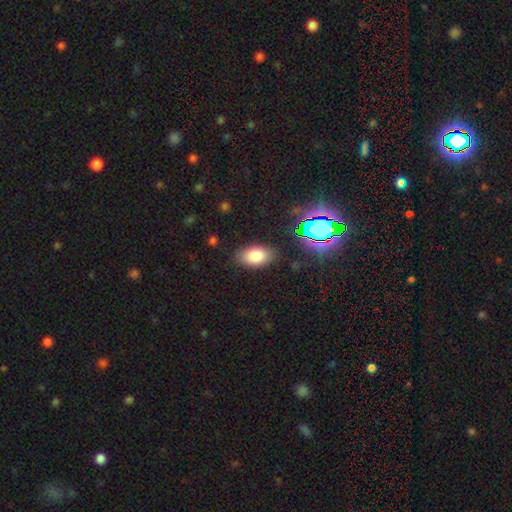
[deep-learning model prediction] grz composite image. It shows a smooth galaxy with no disk features (80%) that is in between round and cigar-shaped (91%). Merging: none (84%).